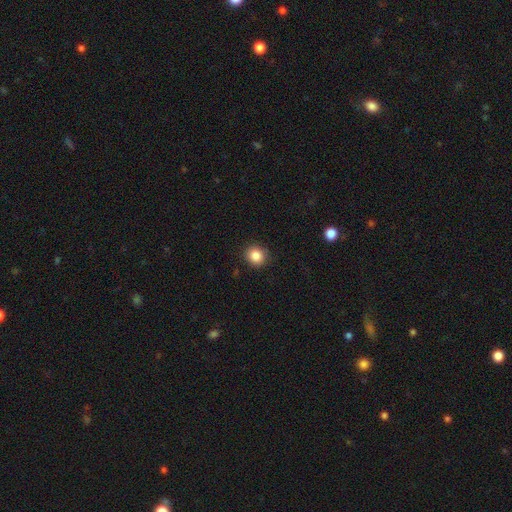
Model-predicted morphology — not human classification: Smooth or featured?
  - smooth: 86% *
  - star or artifact: 10%
  - featured or disk: 4%
How rounded?
  - round: 88% *
  - in between: 11%
  - cigar-shaped: 1%
Merging?
  - none: 89% *
  - minor disturbance: 8%
  - major disturbance: 2%
  - merger: 1%